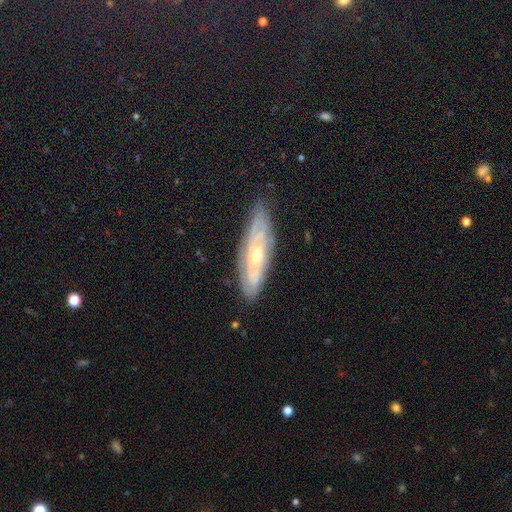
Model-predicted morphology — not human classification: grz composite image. It shows a featured or disk galaxy (76%) with no bar (71%), spiral arms (82%) and a moderate central bulge (55%). Merging: none (80%).